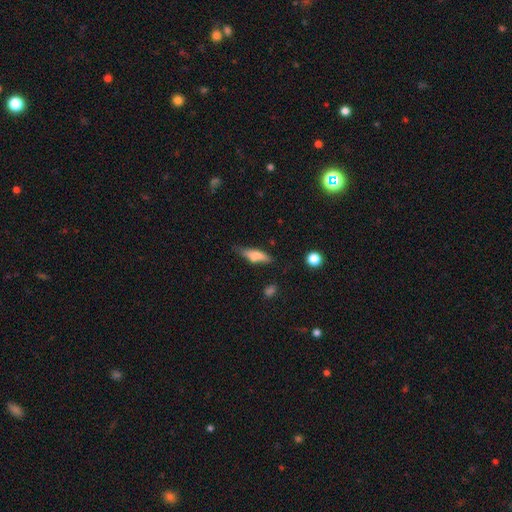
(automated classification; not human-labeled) Overall: smooth (65%; featured or disk 28%). How rounded: cigar-shaped (60%; in between 37%). Merging: none (61%; minor disturbance 25%).